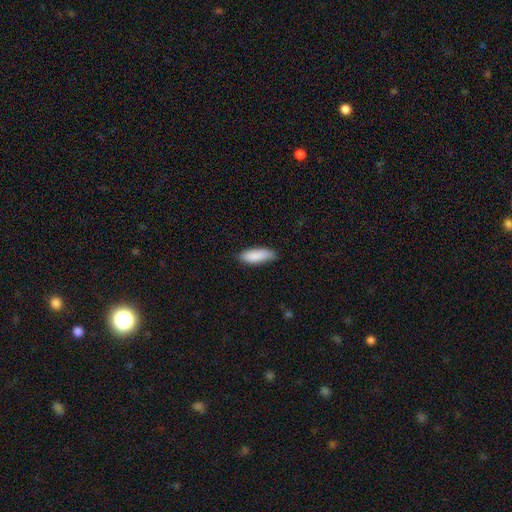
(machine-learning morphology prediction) Smooth or featured? Predicted: smooth (p=0.88). How rounded? Predicted: in between (p=0.63). Merging? Predicted: none (p=0.76).